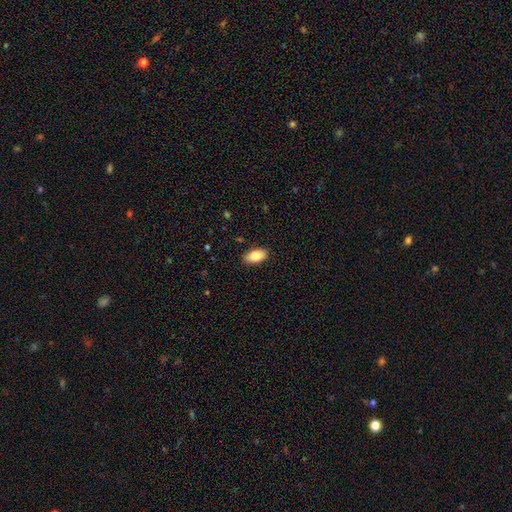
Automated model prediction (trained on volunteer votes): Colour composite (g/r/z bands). It shows a smooth galaxy with no disk features (84%) that is in between round and cigar-shaped (93%). Merging: none (88%).